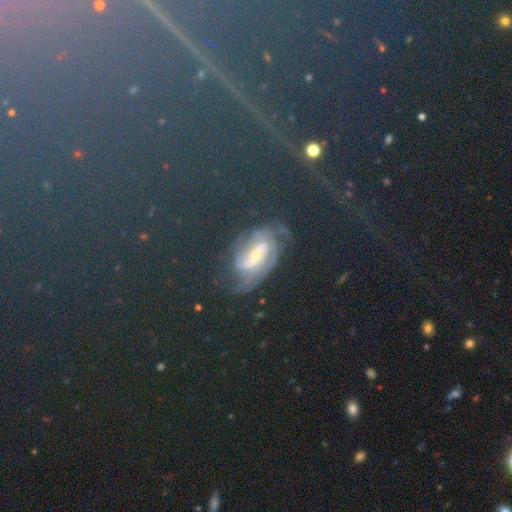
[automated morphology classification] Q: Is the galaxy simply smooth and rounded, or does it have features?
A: star or artifact — 44%.